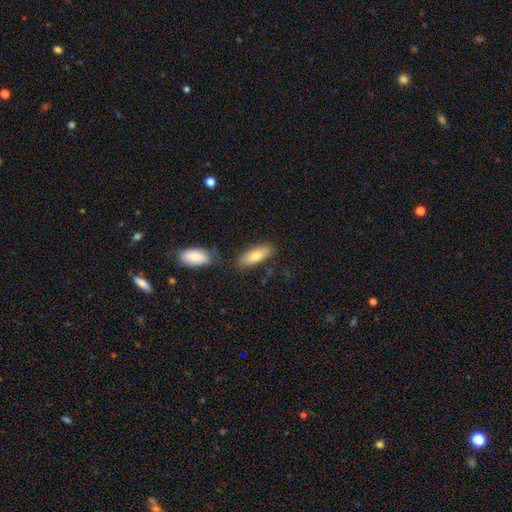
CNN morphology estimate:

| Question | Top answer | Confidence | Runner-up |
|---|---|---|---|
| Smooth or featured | smooth | 77% | featured or disk (17%) |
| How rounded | in between | 71% | cigar-shaped (27%) |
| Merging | none | 73% | minor disturbance (14%) |